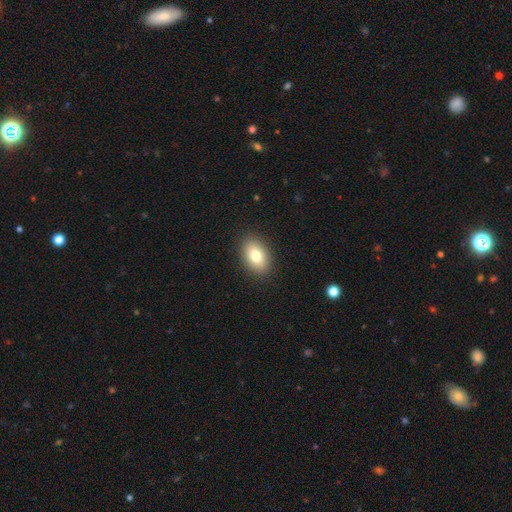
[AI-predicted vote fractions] Smooth or featured? Predicted: smooth (p=0.79). How rounded? Predicted: in between (p=0.85). Merging? Predicted: none (p=0.89).